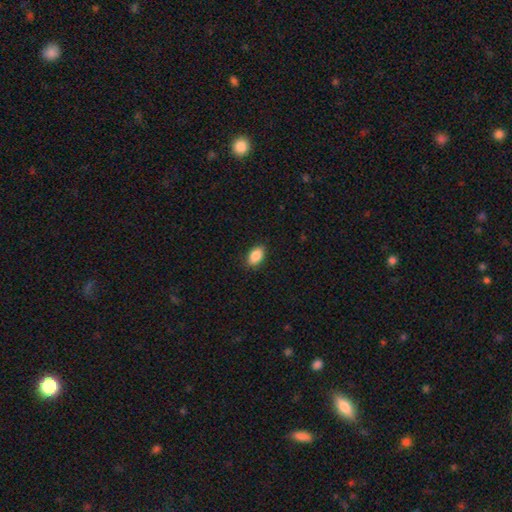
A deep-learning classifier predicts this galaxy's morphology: smooth-or-featured: smooth: 88% | star or artifact: 7% | featured or disk: 5%
  how-rounded: in between: 90% | round: 8% | cigar-shaped: 2%
  merging: none: 88% | minor disturbance: 9% | major disturbance: 2% | merger: 1%